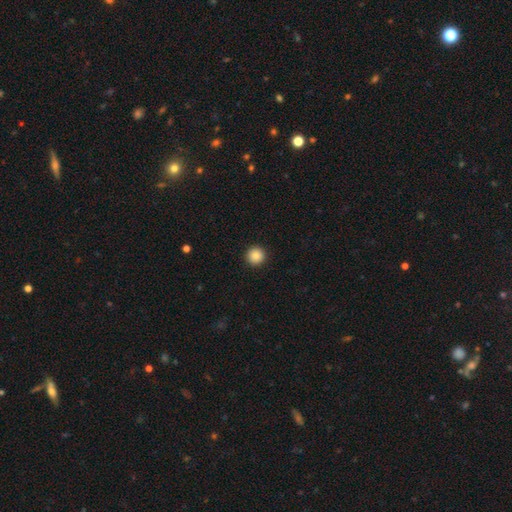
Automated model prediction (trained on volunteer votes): Smooth or featured? Predicted: smooth (p=0.87). How rounded? Predicted: round (p=0.96). Merging? Predicted: none (p=0.93).